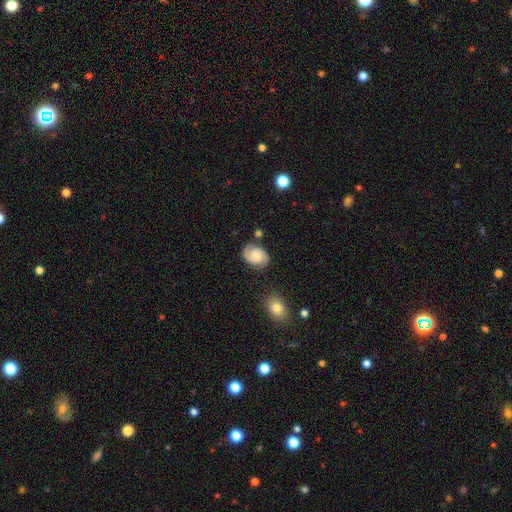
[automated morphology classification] smooth-or-featured: featured or disk: 64% | smooth: 28% | star or artifact: 8%
  disk-edge-on: no: 97% | yes: 3%
    bar: no: 56% | weak: 37% | strong: 7%
    has-spiral-arms: yes: 94% | no: 6%
      spiral-winding: medium: 44% | tight: 43% | loose: 13%
      spiral-arm-count: 2: 88% | can't tell: 6% | 1: 2% | 3: 2% | 4: 1% | more than 4: 1%
    bulge-size: none: 28% (tied) | moderate: 28% (tied) | small: 28% (tied) | large: 13% | dominant: 3%
  merging: none: 75% | minor disturbance: 15% | merger: 5% | major disturbance: 4%